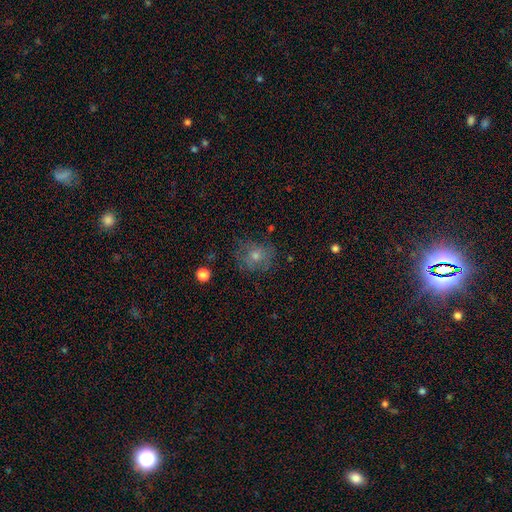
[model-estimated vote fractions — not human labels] smooth-or-featured: smooth: 50% | featured or disk: 32% | star or artifact: 18%
  how-rounded: round: 72% | in between: 27% | cigar-shaped: 1%
  merging: none: 69% | minor disturbance: 20% | major disturbance: 9% | merger: 2%